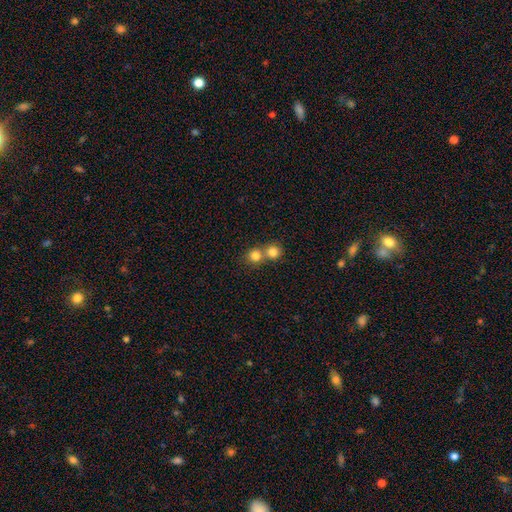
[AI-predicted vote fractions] This appears to be a smooth galaxy with no disk features (81%) that is round (89%). Merging: merger (49%).